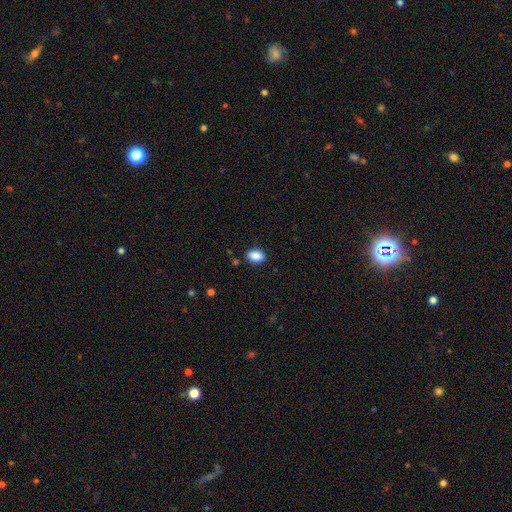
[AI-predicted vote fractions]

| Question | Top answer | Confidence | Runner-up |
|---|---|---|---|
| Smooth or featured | smooth | 88% | star or artifact (8%) |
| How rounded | in between | 87% | round (12%) |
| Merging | none | 85% | minor disturbance (10%) |